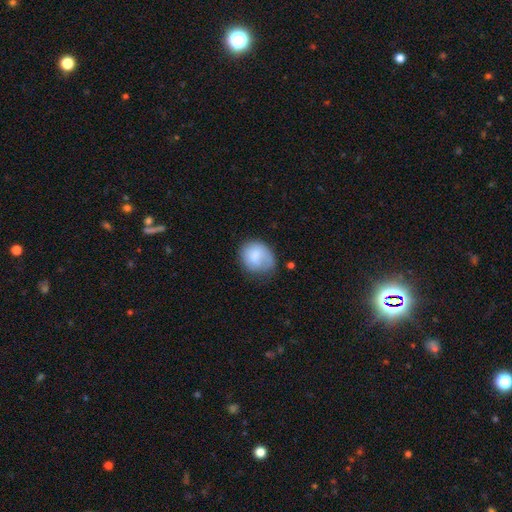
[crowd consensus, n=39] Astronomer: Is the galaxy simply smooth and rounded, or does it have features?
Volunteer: smooth — 87%.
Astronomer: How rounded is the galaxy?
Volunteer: round — 71%.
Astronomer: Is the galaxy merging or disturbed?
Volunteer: none — 43% (runner-up: minor disturbance, 31%).